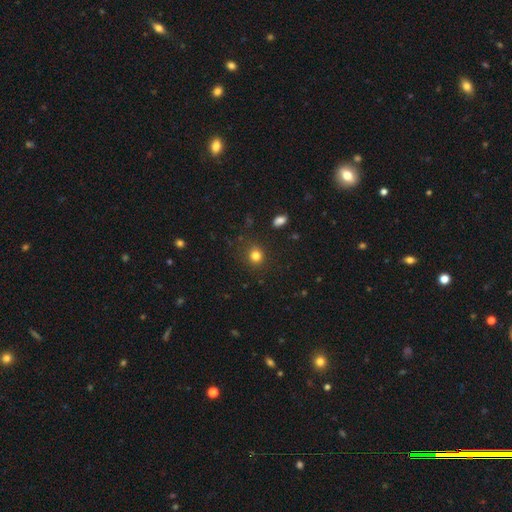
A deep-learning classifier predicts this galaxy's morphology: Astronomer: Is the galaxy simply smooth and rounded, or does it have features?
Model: smooth — 81%.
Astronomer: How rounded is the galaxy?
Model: round — 81%.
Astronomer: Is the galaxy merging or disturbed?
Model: none — 86%.